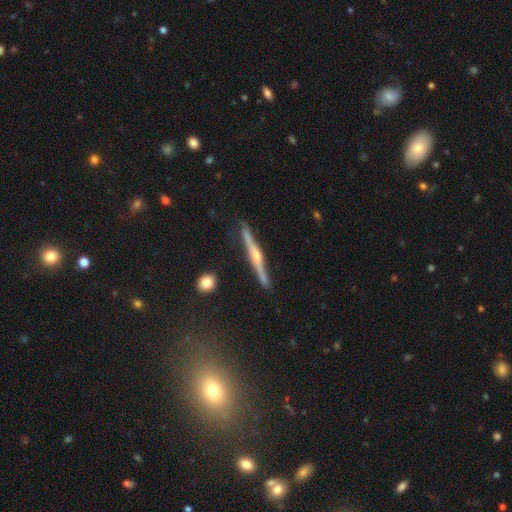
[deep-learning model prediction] Smooth or featured? featured or disk (81%)
Edge-on disk? yes (98%)
Edge-on bulge? rounded (88%)
Merging? none (89%)